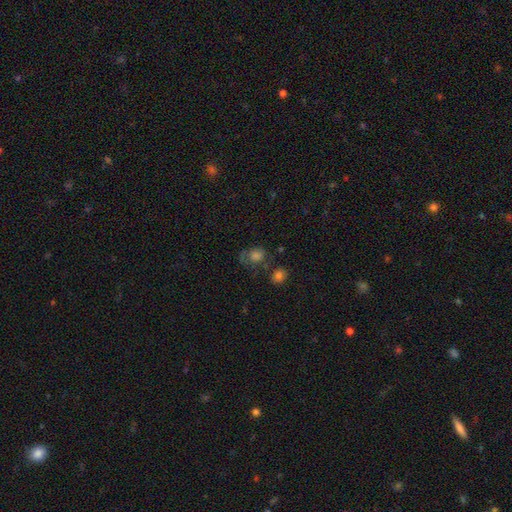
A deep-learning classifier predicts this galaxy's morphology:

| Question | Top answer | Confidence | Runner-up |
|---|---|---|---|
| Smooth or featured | smooth | 53% | featured or disk (24%) |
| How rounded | round | 56% | in between (43%) |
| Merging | none | 45% | major disturbance (22%) |